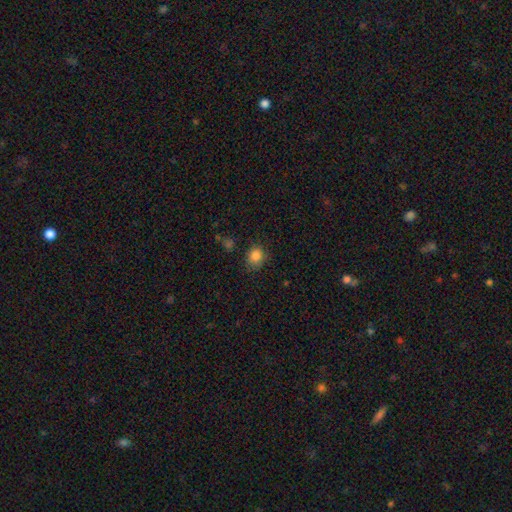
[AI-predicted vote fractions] This appears to be a smooth galaxy with no disk features (85%) that is round (71%). Merging: none (79%).